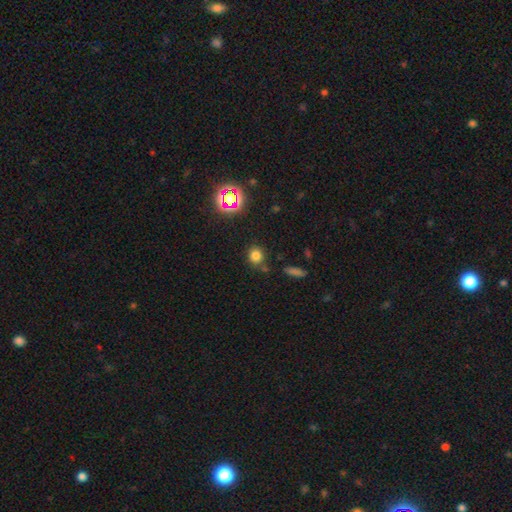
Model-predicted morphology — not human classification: This is likely a smooth galaxy (73%). How rounded: clearly round (81%). Merging: likely none (77%).